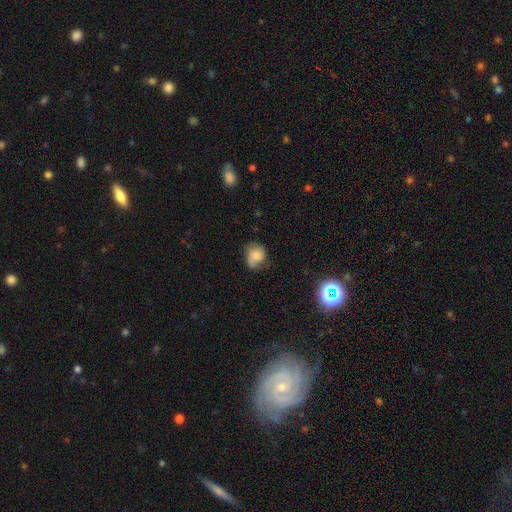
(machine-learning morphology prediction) type=smooth (57%); roundness=round (58%); merging=none (49%).